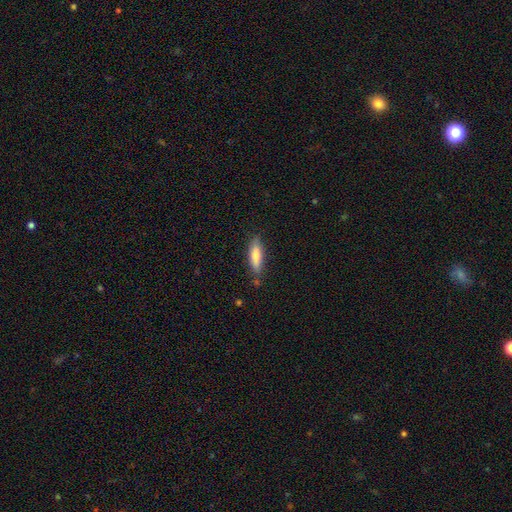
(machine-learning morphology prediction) Smooth or featured? Predicted: smooth (p=0.77). How rounded? Predicted: cigar-shaped (p=0.60). Merging? Predicted: none (p=0.79).